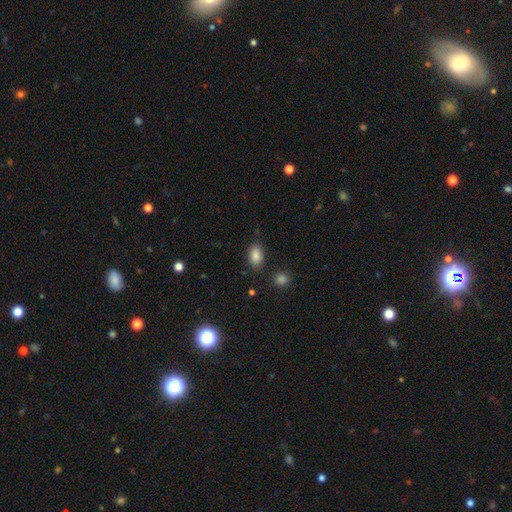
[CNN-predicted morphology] Overall: smooth (86%). How rounded: in between (88%). Merging: none (81%).